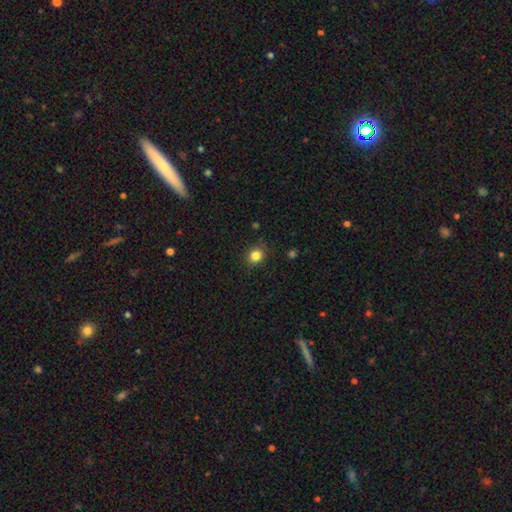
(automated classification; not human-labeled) A smooth galaxy with no disk features (84%) that is round (70%). Merging: none (85%).